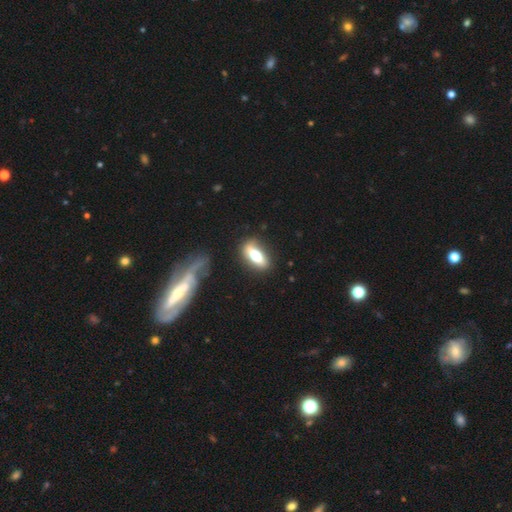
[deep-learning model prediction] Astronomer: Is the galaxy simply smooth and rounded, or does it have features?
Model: smooth — 60%.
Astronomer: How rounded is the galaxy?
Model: in between — 71%.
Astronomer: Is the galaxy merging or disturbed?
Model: none — 74%.